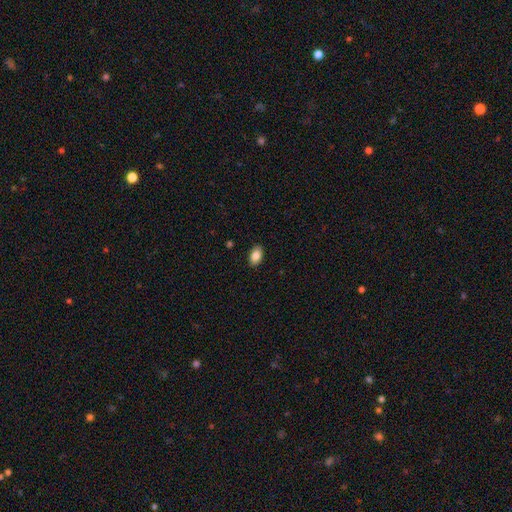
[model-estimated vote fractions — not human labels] This appears to be a smooth galaxy with no disk features (87%) that is in between round and cigar-shaped (91%). Merging: none (89%).